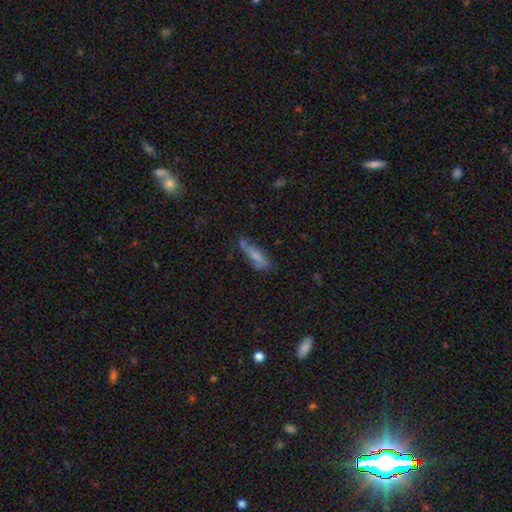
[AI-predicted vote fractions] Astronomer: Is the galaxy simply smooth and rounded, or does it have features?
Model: smooth — 62%.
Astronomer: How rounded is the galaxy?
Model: cigar-shaped — 60% (runner-up: in between, 38%).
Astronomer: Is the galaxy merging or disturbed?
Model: none — 49% (runner-up: minor disturbance, 31%).